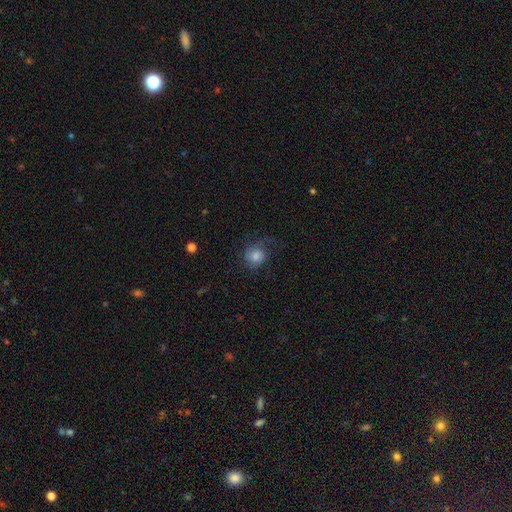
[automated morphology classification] A smooth galaxy with no disk features (68%) that is round (84%).

Vote fractions:
- Smooth or featured? smooth: 68% / featured or disk: 21% / star or artifact: 12%
- How rounded? round: 84% / in between: 15% / cigar-shaped: 1%
- Merging? none: 61% / minor disturbance: 21% / major disturbance: 17% / merger: 1%